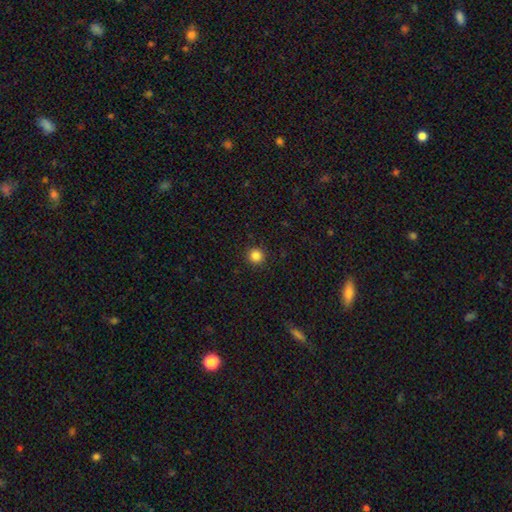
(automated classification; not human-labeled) This is clearly a smooth galaxy (85%). How rounded: clearly round (95%). Merging: clearly none (93%).